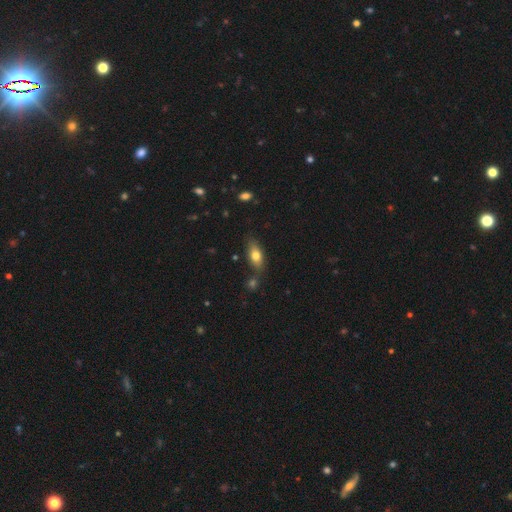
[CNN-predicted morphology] Overall: smooth (72%). How rounded: in between (78%). Merging: none (73%).